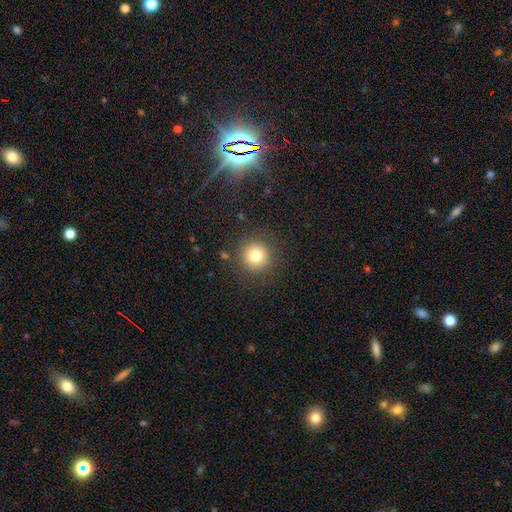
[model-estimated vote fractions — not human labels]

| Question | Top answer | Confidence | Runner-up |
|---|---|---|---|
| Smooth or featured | smooth | 80% | star or artifact (12%) |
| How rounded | round | 94% | in between (5%) |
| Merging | none | 88% | minor disturbance (7%) |